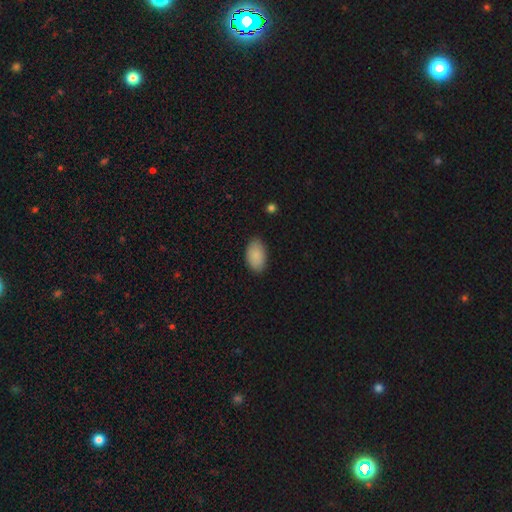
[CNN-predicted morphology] Q: Smooth or featured?
A: smooth (89%); runner-up: star or artifact (7%)
Q: How rounded?
A: in between (93%); runner-up: round (6%)
Q: Merging?
A: none (85%); runner-up: minor disturbance (11%)